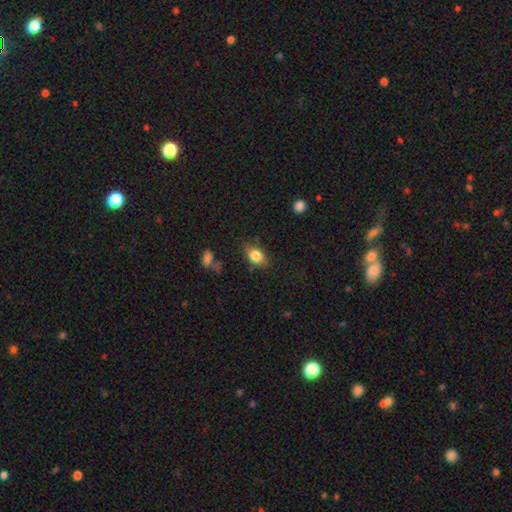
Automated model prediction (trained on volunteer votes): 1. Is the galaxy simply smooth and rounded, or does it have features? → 83% smooth, 9% star or artifact, 9% featured or disk.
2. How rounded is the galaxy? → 78% in between, 20% round, 2% cigar-shaped.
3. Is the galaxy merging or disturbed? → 77% none, 17% minor disturbance, 4% major disturbance, 2% merger.